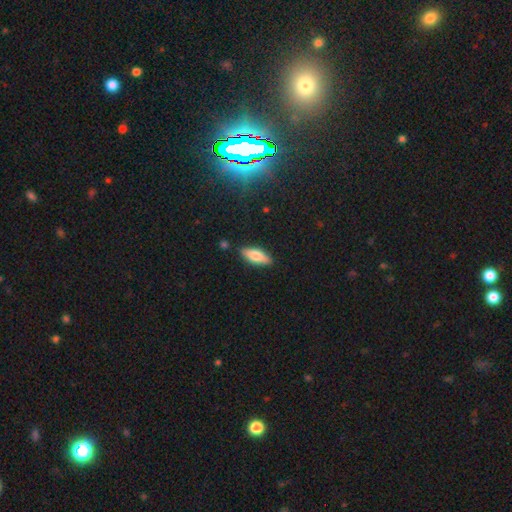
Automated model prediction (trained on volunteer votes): smooth_or_featured: smooth (p=0.69) [alt: featured or disk p=0.24]
how_rounded: in between (p=0.60) [alt: cigar-shaped p=0.38]
merging: none (p=0.86) [alt: minor disturbance p=0.10]